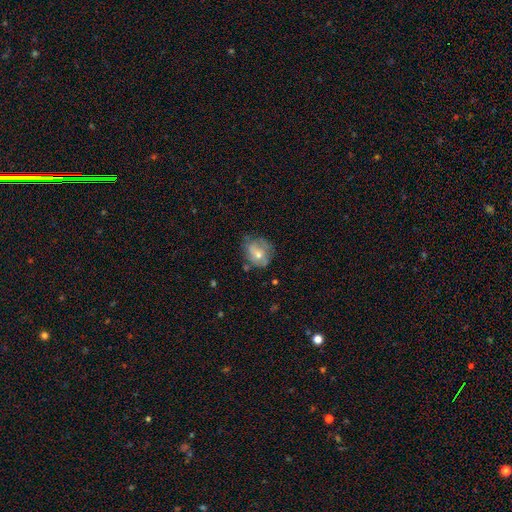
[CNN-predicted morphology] This is possibly a smooth galaxy (54%). How rounded: possibly round (56%). Merging: possibly none (46%).